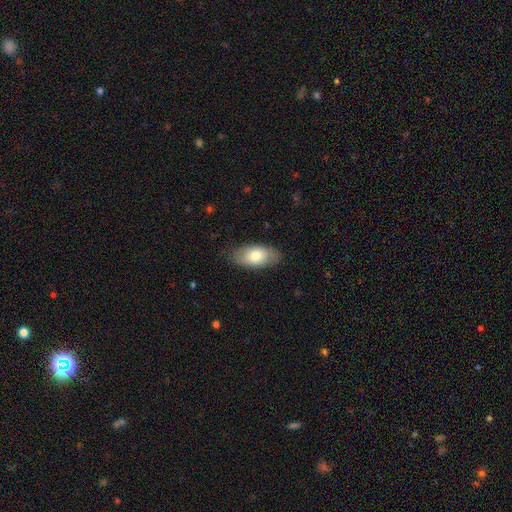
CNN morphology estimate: type=smooth (76%); roundness=in between (92%); merging=none (83%).